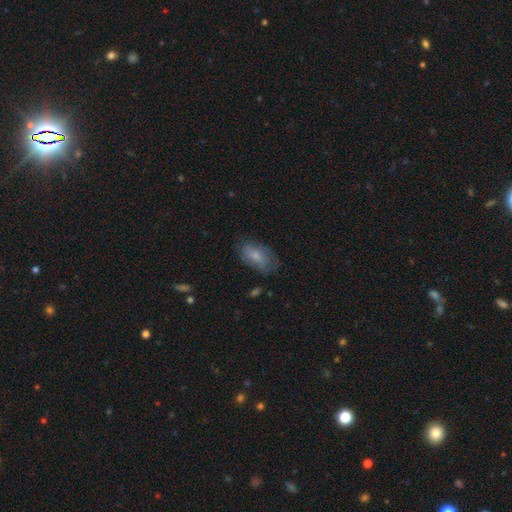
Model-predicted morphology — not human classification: type=smooth (68%); roundness=in between (90%); merging=none (61%).